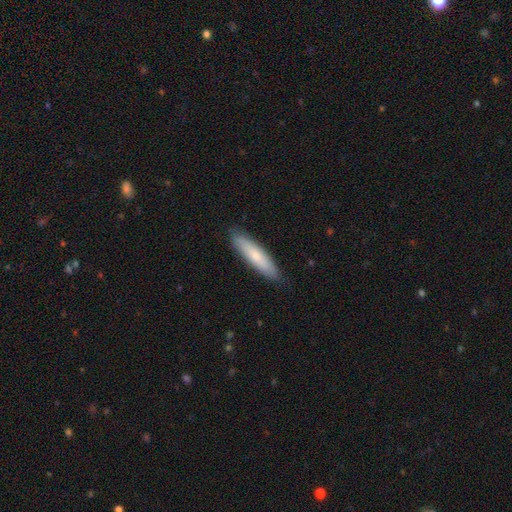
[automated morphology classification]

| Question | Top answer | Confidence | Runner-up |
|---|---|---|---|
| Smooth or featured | smooth | 70% | featured or disk (24%) |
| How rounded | cigar-shaped | 79% | in between (19%) |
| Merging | none | 88% | minor disturbance (10%) |